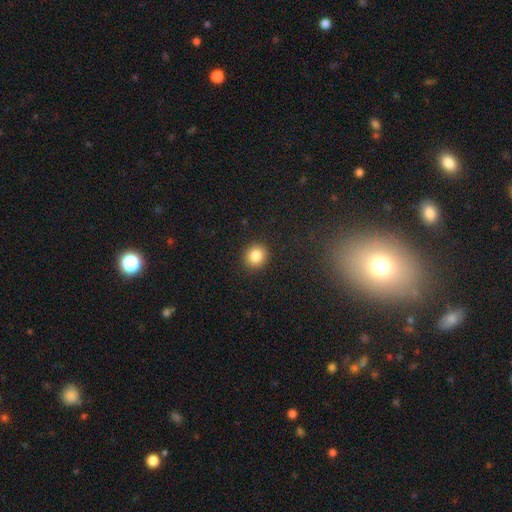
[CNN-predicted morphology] This is clearly a smooth galaxy (85%). How rounded: clearly round (84%). Merging: clearly none (92%).